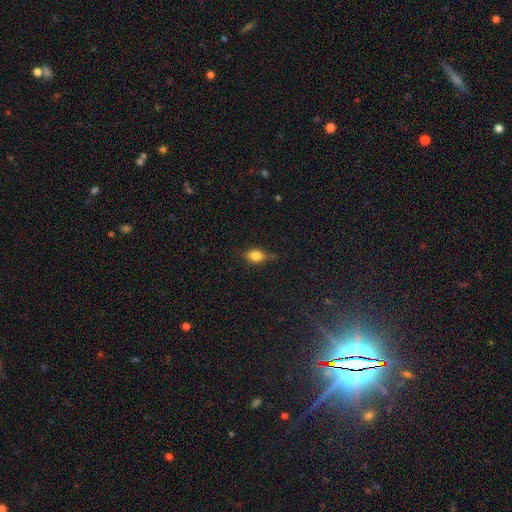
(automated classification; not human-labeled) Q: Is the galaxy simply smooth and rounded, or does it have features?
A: smooth — 78%.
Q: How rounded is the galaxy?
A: in between — 77%.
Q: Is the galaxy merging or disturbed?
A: none — 66%.